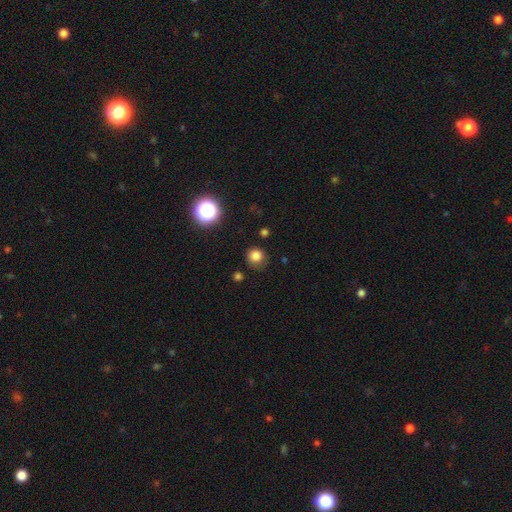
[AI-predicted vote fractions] A smooth galaxy with no disk features (80%) that is round (90%). Merging: none (81%).